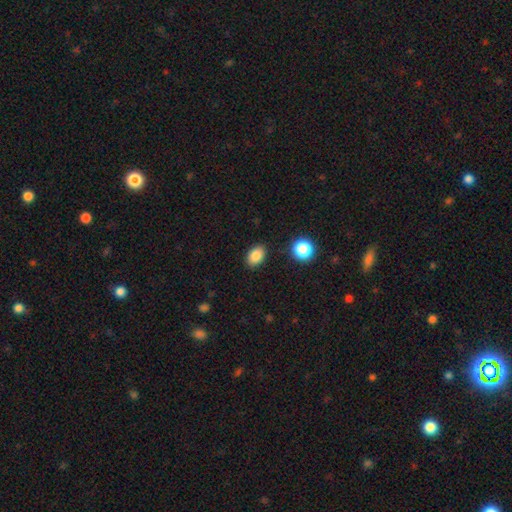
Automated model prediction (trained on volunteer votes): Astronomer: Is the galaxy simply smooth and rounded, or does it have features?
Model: smooth — 85%.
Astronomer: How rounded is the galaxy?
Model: in between — 81%.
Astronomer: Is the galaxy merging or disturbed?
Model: none — 87%.